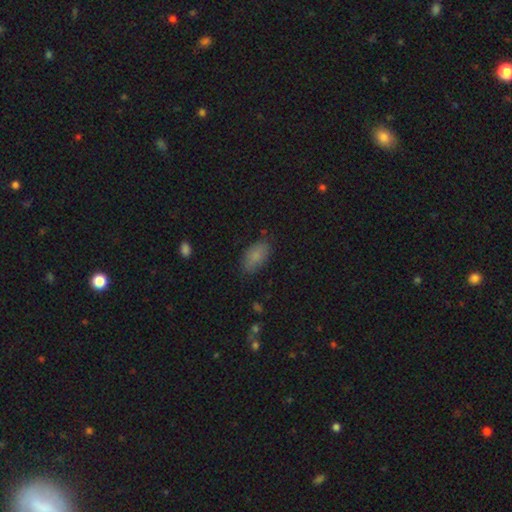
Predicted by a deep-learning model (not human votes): smooth-or-featured: smooth: 82% | featured or disk: 9% | star or artifact: 9%
  how-rounded: in between: 93% | round: 4% | cigar-shaped: 3%
  merging: none: 79% | minor disturbance: 16% | major disturbance: 4% | merger: 1%